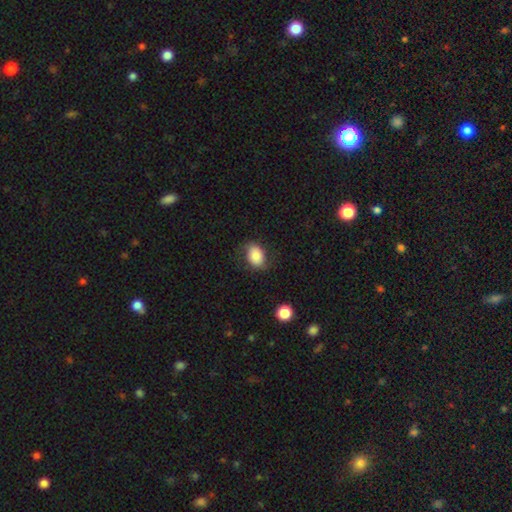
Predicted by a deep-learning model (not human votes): Overall: smooth (79%). How rounded: in between (76%). Merging: none (69%).